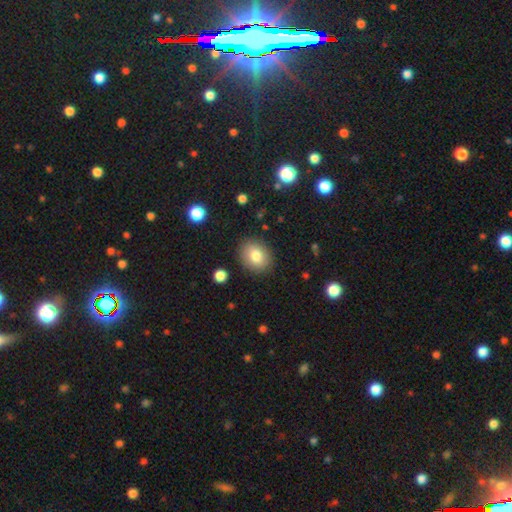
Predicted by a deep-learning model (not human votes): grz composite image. It shows a smooth galaxy with no disk features (81%) that is round (53%). Merging: none (87%).